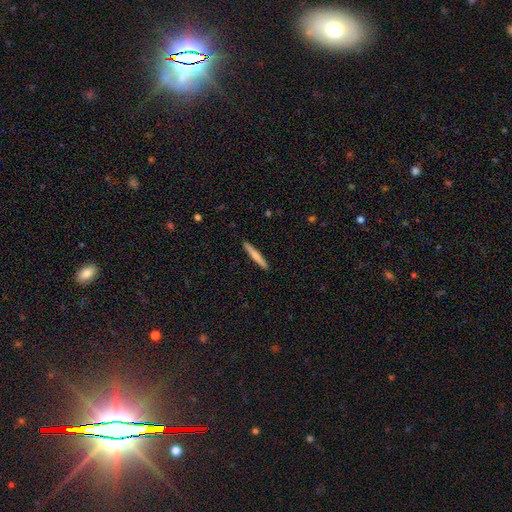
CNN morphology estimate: type=smooth (69%); roundness=cigar-shaped (96%); merging=none (92%).